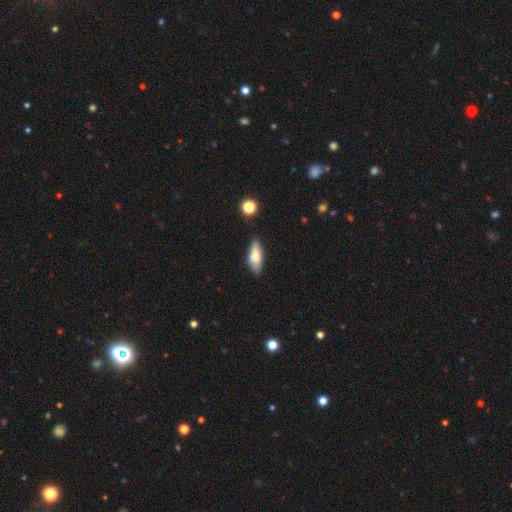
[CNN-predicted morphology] Q: Smooth or featured?
A: smooth (64%); runner-up: featured or disk (28%)
Q: How rounded?
A: in between (70%); runner-up: cigar-shaped (27%)
Q: Merging?
A: none (73%); runner-up: minor disturbance (20%)